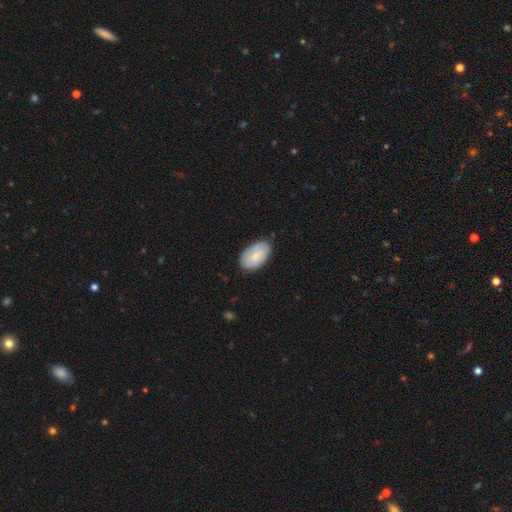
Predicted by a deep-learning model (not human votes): Smooth or featured? Predicted: smooth (p=0.65). How rounded? Predicted: in between (p=0.92). Merging? Predicted: none (p=0.74).